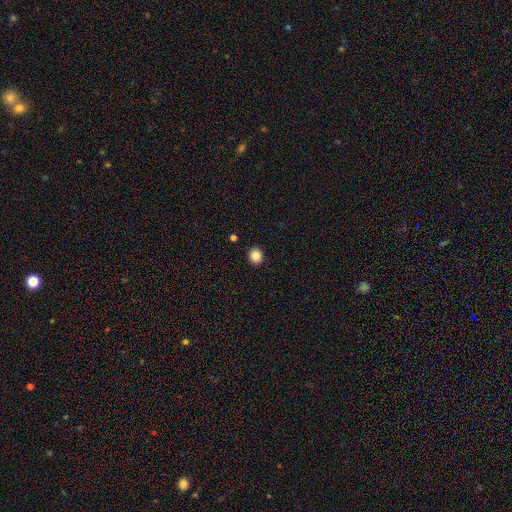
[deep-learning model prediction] The model was most divided on "smooth or featured": smooth: 85%, star or artifact: 10%, featured or disk: 4%. More confident: merging — none (92%); how rounded — round (88%).